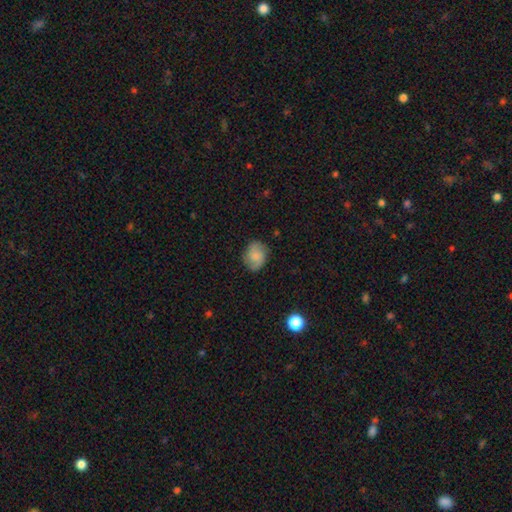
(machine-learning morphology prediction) Smooth or featured? Predicted: smooth (p=0.60). How rounded? Predicted: in between (p=0.50). Merging? Predicted: none (p=0.79).